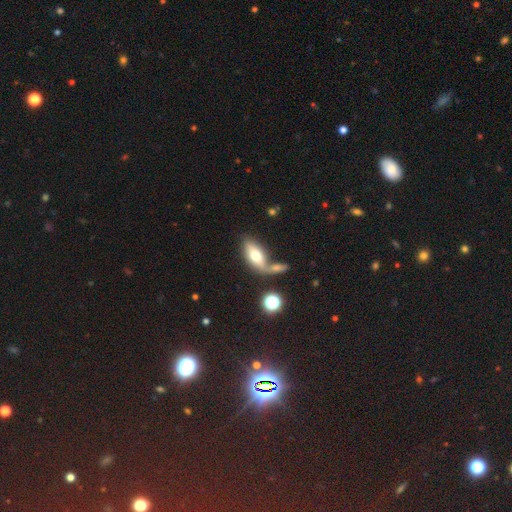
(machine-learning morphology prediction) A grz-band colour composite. It shows a smooth galaxy with no disk features (66%) that is in between round and cigar-shaped (81%). Merging: merger (40%).